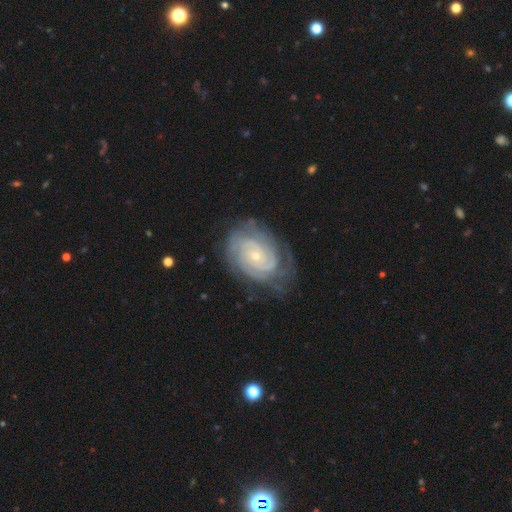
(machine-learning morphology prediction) type=featured or disk (86%); edge-on=no (97%); bar=no (72%); spiral arms=yes (96%); winding=tight (75%); arm count=can't tell (30%); bulge=small (79%); merging=none (72%).